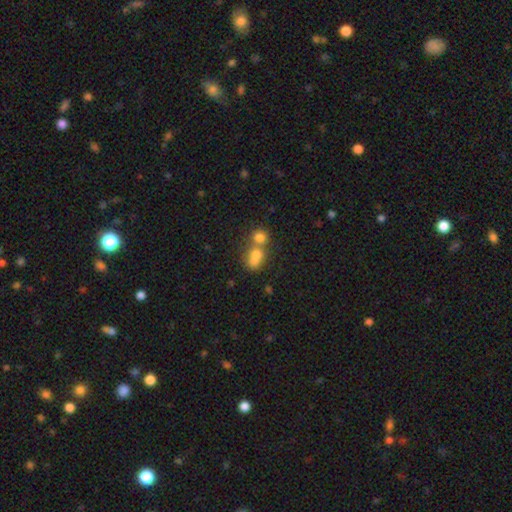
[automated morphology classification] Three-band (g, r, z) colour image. It shows a smooth galaxy with no disk features (71%) that is round (54%). Merging: merger (60%).